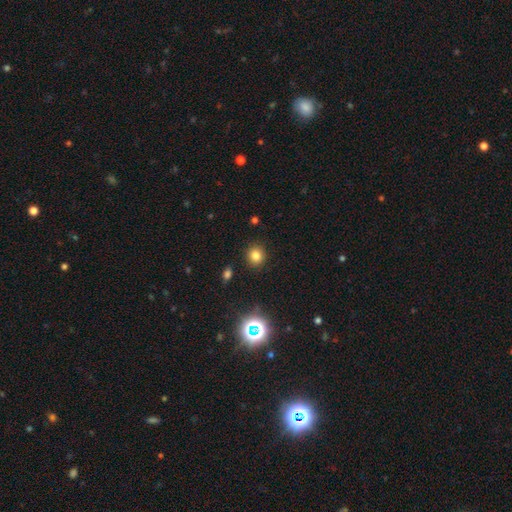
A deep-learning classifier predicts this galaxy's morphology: Smooth or featured? smooth (78%)
How rounded? round (85%)
Merging? none (90%)